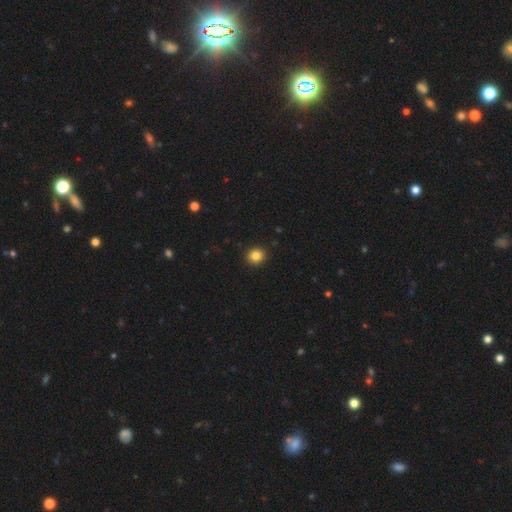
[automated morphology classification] Q: Smooth or featured?
A: smooth (85%); runner-up: star or artifact (11%)
Q: How rounded?
A: round (91%); runner-up: in between (8%)
Q: Merging?
A: none (92%); runner-up: minor disturbance (5%)